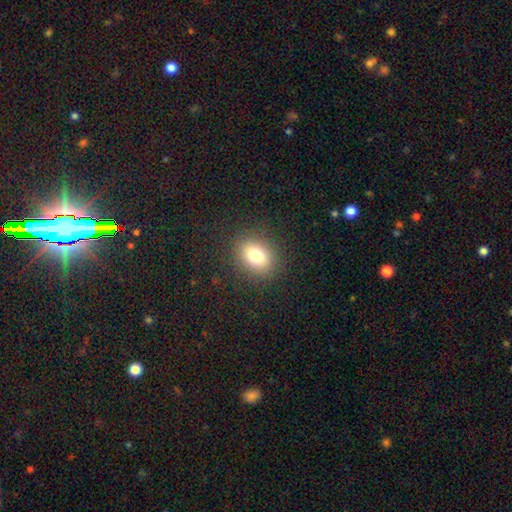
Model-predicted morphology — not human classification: smooth_or_featured: smooth (p=0.78) [alt: star or artifact p=0.12]
how_rounded: in between (p=0.52) [alt: round p=0.47]
merging: none (p=0.87) [alt: minor disturbance p=0.08]